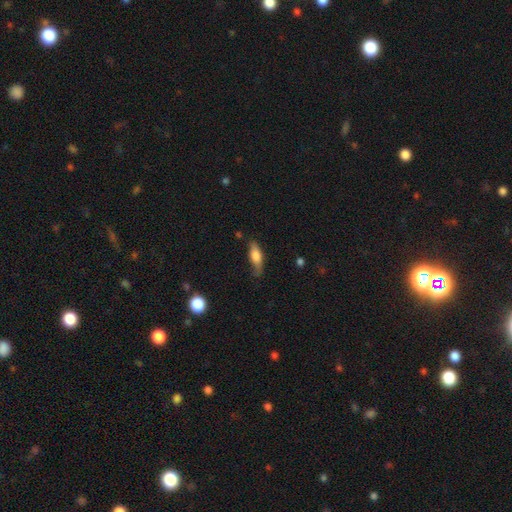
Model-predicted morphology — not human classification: Smooth or featured? Predicted: smooth (p=0.67). How rounded? Predicted: in between (p=0.61). Merging? Predicted: none (p=0.58).